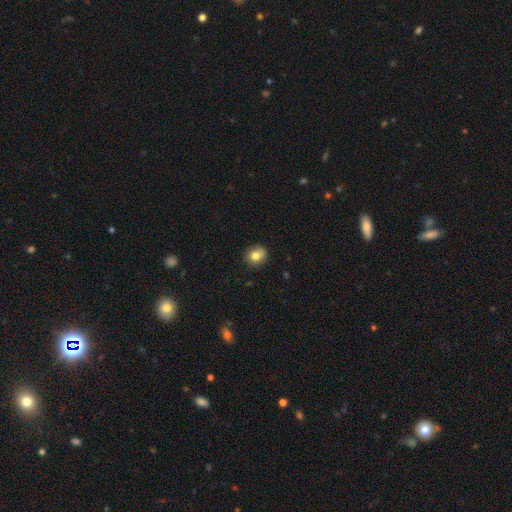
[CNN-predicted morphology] This is likely a smooth galaxy (79%). How rounded: clearly round (83%). Merging: clearly none (81%).